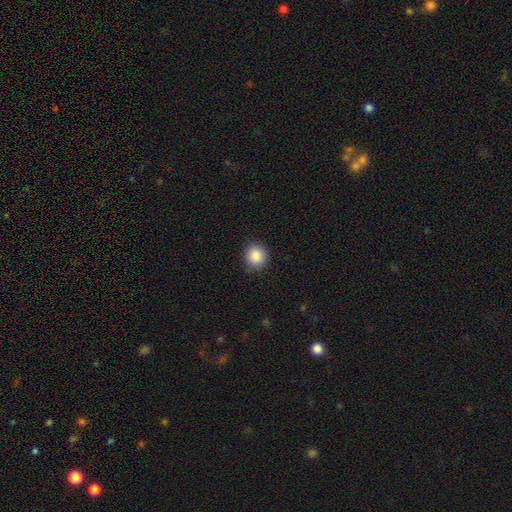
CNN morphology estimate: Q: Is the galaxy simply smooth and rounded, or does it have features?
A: smooth — 88%.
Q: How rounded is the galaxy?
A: round — 89%.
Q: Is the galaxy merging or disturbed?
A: none — 89%.